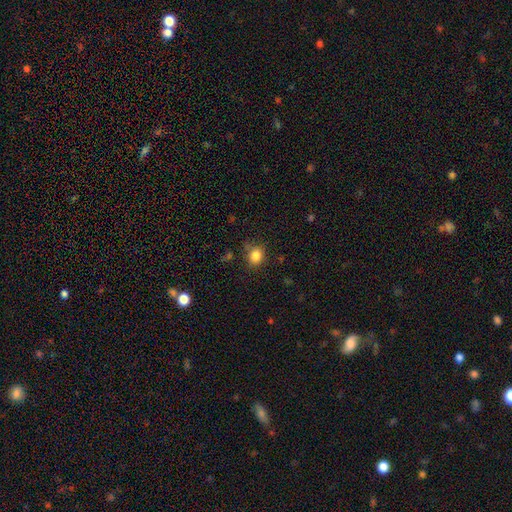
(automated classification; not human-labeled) smooth_or_featured: smooth (p=0.84) [alt: star or artifact p=0.12]
how_rounded: round (p=0.65) [alt: in between p=0.34]
merging: none (p=0.76) [alt: minor disturbance p=0.17]